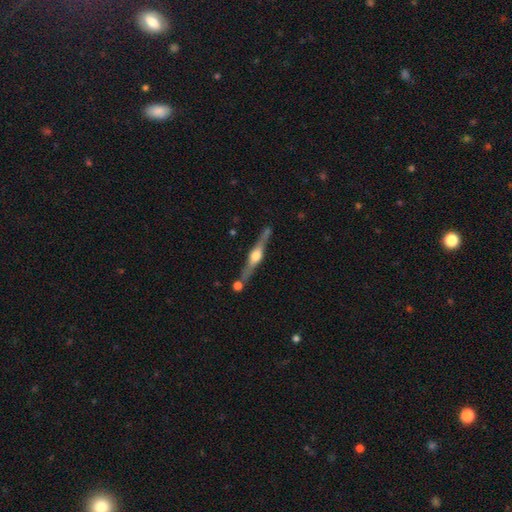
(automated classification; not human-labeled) A featured or disk galaxy (80%) viewed edge-on (97%) with a rounded central bulge (93%).

Vote fractions:
- Smooth or featured? featured or disk: 80% / smooth: 15% / star or artifact: 5%
- Edge-on disk? yes: 97% / no: 3%
- Edge-on bulge? rounded: 93% / boxy: 5% / none: 2%
- Merging? none: 79% / minor disturbance: 11% / merger: 8% / major disturbance: 2%